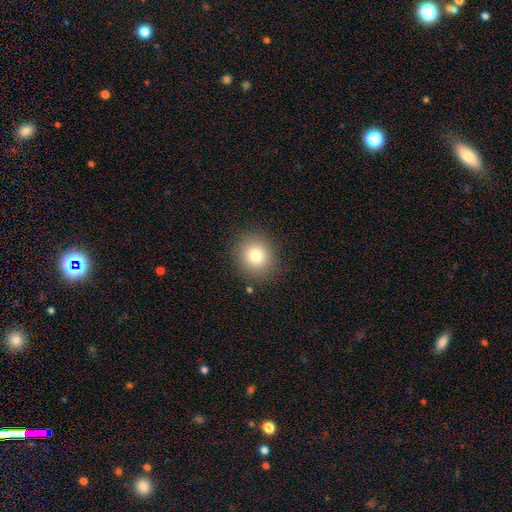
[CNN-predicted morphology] This is likely a smooth galaxy (80%). How rounded: clearly round (81%). Merging: clearly none (88%).